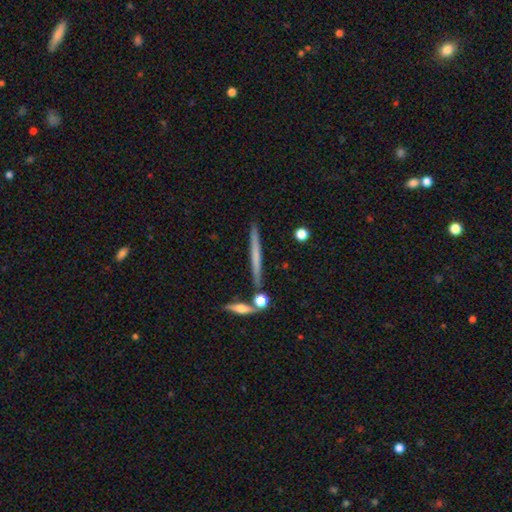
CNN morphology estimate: This is possibly a smooth galaxy (49%). Merging: clearly none (84%).